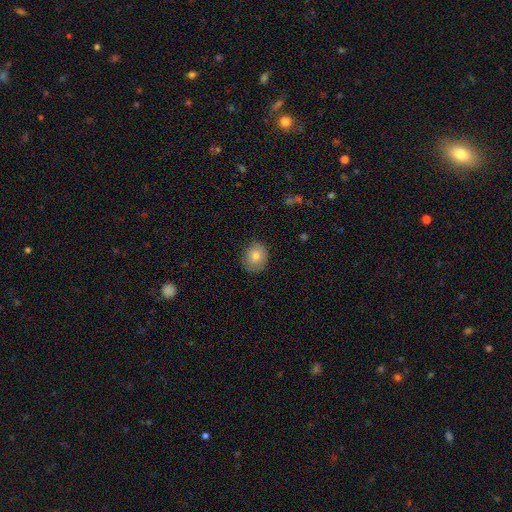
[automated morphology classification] type=smooth (79%); roundness=round (65%); merging=none (83%).